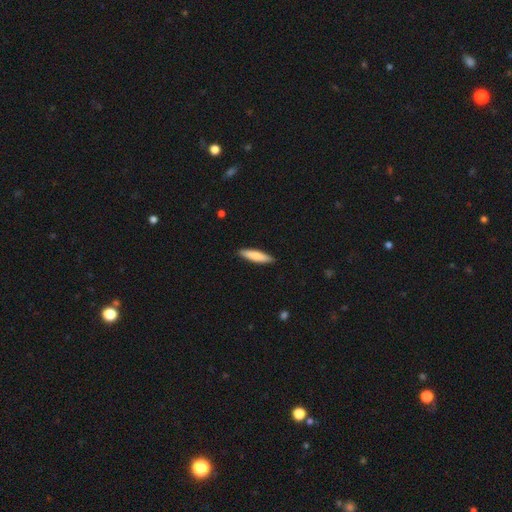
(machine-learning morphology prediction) smooth_or_featured: smooth (p=0.79) [alt: featured or disk p=0.16]
how_rounded: cigar-shaped (p=0.77) [alt: in between p=0.22]
merging: none (p=0.90) [alt: minor disturbance p=0.08]